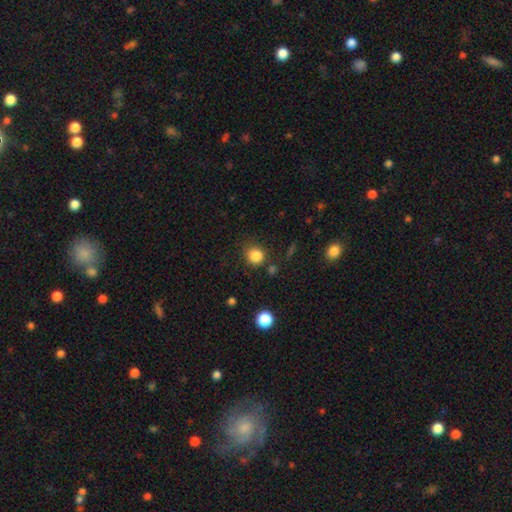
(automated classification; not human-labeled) smooth 85%, star or artifact 11%, featured or disk 4%. Down the decision tree: how rounded — round (85%); merging — none (77%).